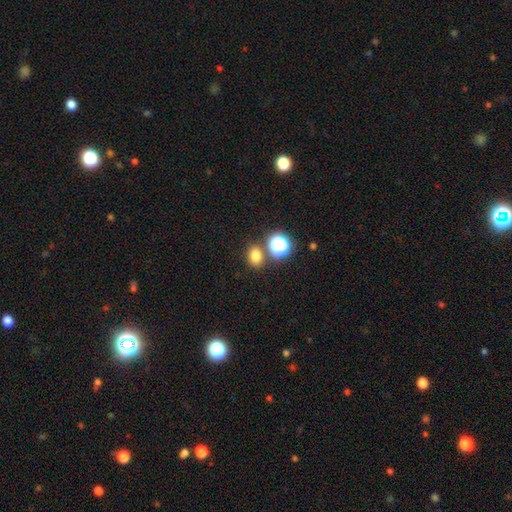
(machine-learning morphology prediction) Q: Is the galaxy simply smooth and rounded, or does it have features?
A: smooth — 76%.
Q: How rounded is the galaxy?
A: in between — 50%.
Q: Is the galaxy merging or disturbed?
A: none — 75%.